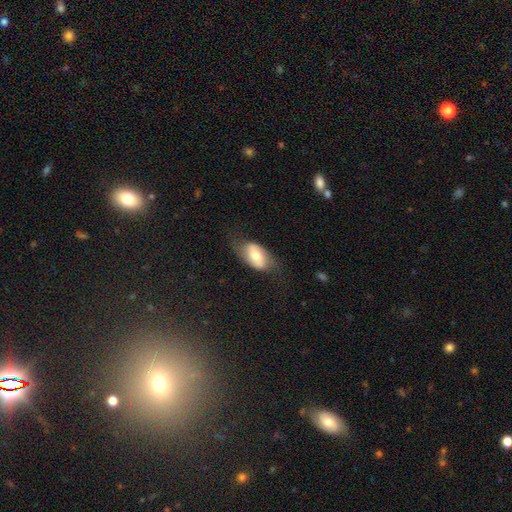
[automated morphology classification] smooth 57%, featured or disk 37%, star or artifact 6%. Down the decision tree: how rounded — in between (91%); merging — none (63%).